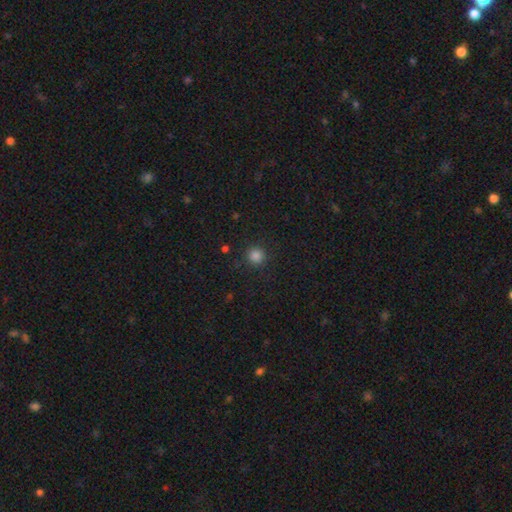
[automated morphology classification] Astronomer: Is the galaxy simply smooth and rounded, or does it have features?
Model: smooth — 84%.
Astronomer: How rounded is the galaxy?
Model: round — 94%.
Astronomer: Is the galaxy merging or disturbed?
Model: none — 89%.